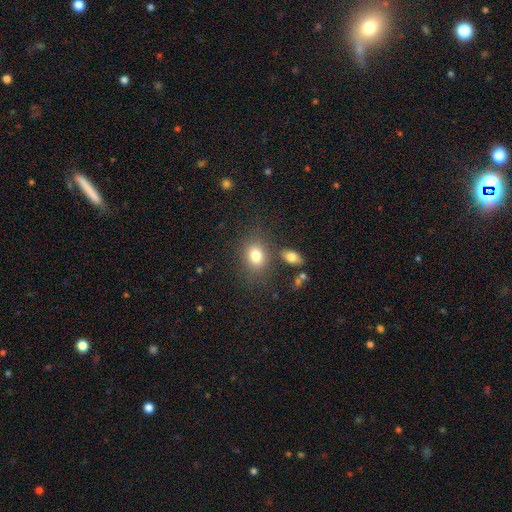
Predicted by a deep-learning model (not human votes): This is likely a smooth galaxy (79%). How rounded: likely in between (63%). Merging: likely none (73%).